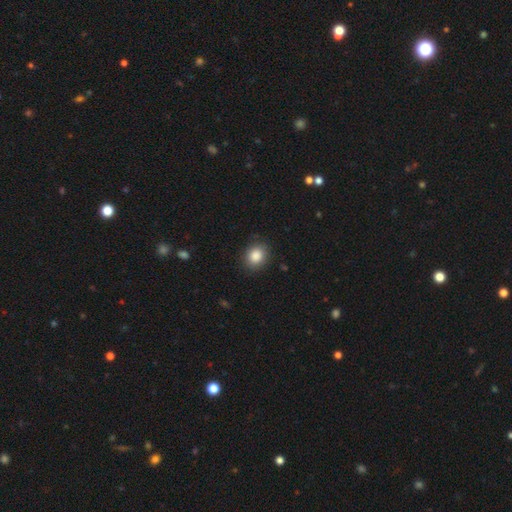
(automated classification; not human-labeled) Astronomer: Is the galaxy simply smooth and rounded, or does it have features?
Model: smooth — 87%.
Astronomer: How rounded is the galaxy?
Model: round — 64%.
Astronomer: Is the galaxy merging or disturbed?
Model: none — 87%.